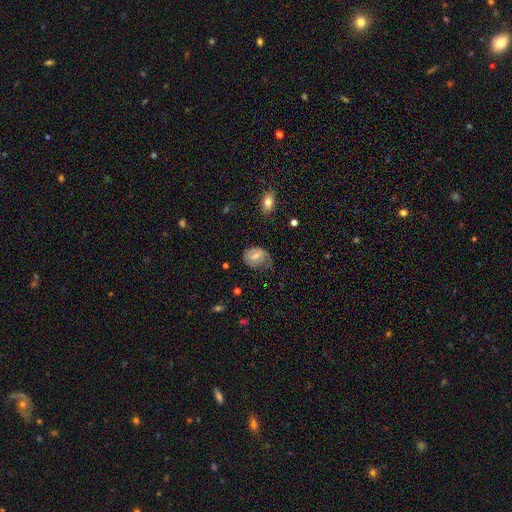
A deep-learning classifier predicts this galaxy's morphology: Smooth or featured? Predicted: featured or disk (p=0.53). Edge-on disk? Predicted: no (p=0.96). Bar? Predicted: weak (p=0.48). Spiral arms? Predicted: yes (p=0.75). Bulge size? Predicted: moderate (p=0.47). Merging? Predicted: none (p=0.48).